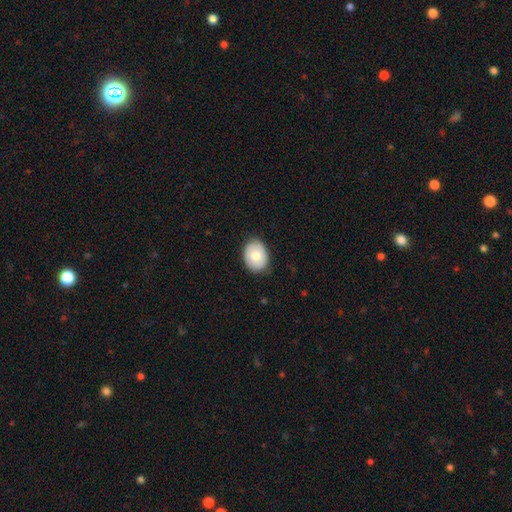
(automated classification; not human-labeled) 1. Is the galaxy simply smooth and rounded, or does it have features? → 69% smooth, 25% featured or disk, 7% star or artifact.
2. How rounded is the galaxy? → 62% in between, 38% round, 1% cigar-shaped.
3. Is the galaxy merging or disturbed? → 86% none, 11% minor disturbance, 2% major disturbance, 1% merger.